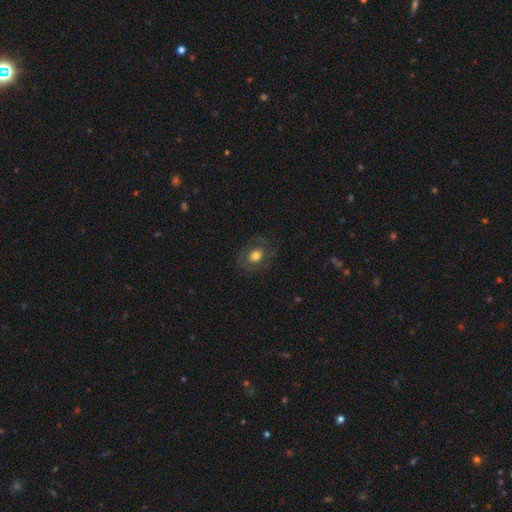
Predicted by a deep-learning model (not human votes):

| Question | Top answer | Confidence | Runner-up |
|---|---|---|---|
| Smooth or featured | smooth | 57% | featured or disk (33%) |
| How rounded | in between | 55% | round (44%) |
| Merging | none | 75% | minor disturbance (15%) |